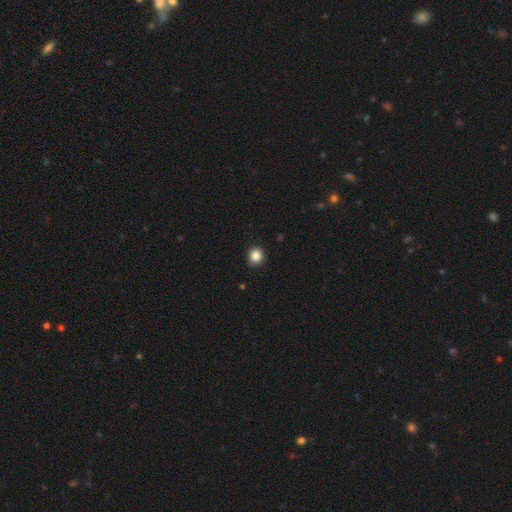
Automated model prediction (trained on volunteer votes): smooth-or-featured: smooth: 86% | star or artifact: 10% | featured or disk: 4%
  how-rounded: round: 84% | in between: 15% | cigar-shaped: 1%
  merging: none: 90% | minor disturbance: 7% | major disturbance: 2% | merger: 1%